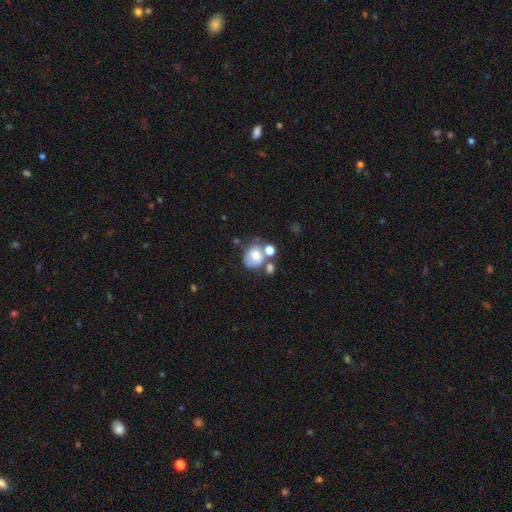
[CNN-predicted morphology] smooth_or_featured: smooth (p=0.66) [alt: featured or disk p=0.23]
how_rounded: round (p=0.60) [alt: in between p=0.39]
merging: merger (p=0.36) [alt: none p=0.34]